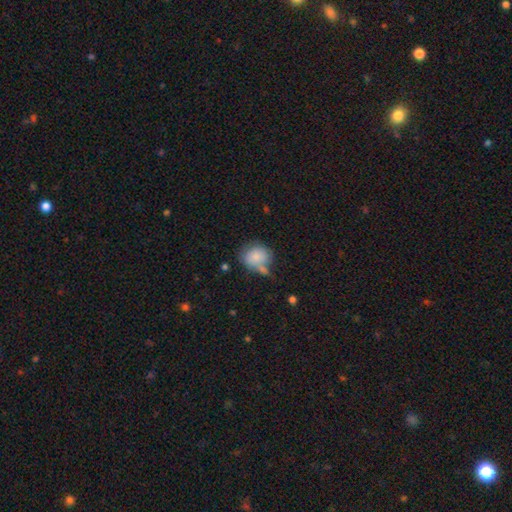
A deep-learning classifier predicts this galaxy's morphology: A smooth galaxy with no disk features (80%) that is round (64%). Merging: none (42%).